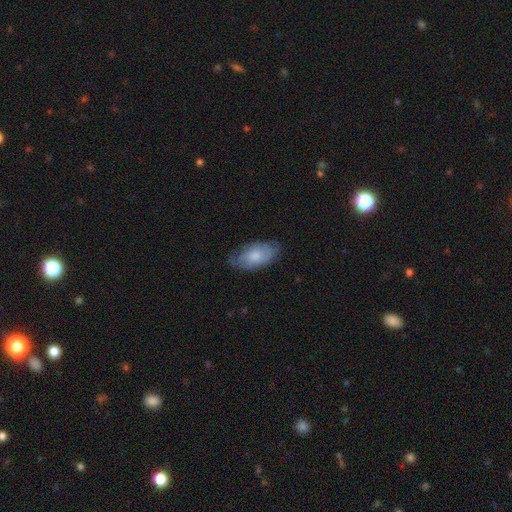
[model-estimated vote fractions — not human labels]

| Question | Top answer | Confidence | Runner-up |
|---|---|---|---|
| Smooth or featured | smooth | 58% | featured or disk (36%) |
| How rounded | in between | 93% | round (4%) |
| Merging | none | 65% | minor disturbance (27%) |